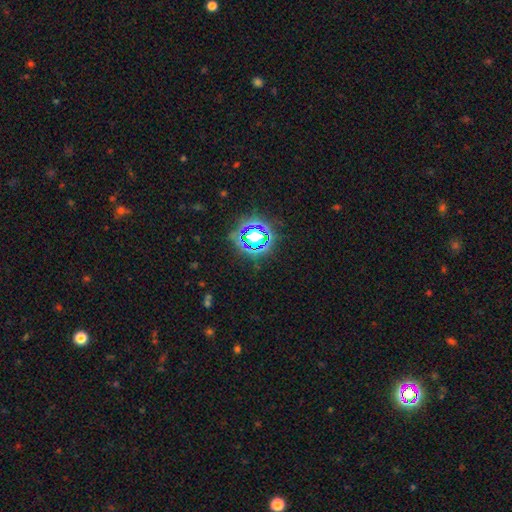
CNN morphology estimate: The model was most divided on "smooth or featured": star or artifact: 77%, smooth: 15%, featured or disk: 7%.